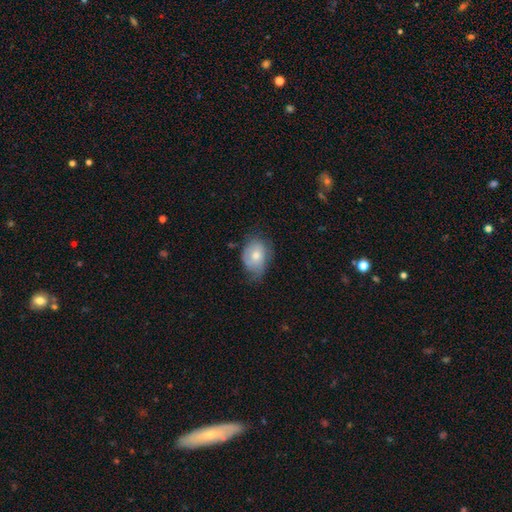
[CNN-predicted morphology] smooth-or-featured: smooth: 58% | featured or disk: 35% | star or artifact: 7%
  how-rounded: in between: 70% | round: 29% | cigar-shaped: 1%
  merging: none: 50% | minor disturbance: 35% | major disturbance: 13% | merger: 2%